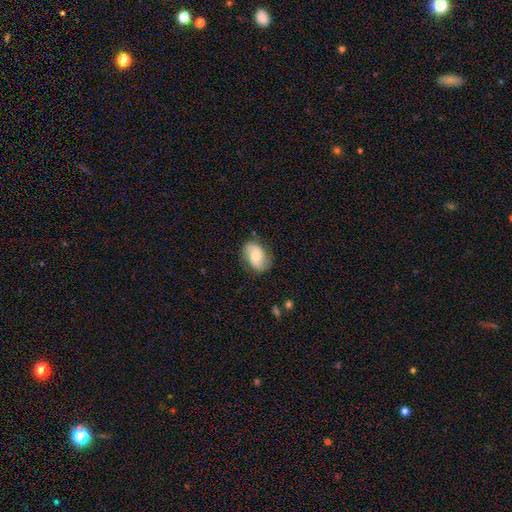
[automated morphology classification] smooth-or-featured: featured or disk: 62% | smooth: 32% | star or artifact: 7%
  disk-edge-on: no: 97% | yes: 3%
    bar: no: 64% | weak: 30% | strong: 6%
    has-spiral-arms: yes: 91% | no: 9%
      spiral-winding: loose: 42% | medium: 40% | tight: 18%
      spiral-arm-count: 2: 89% | can't tell: 5% | 1: 3% | 3: 1% | 4: 1% | more than 4: 1%
    bulge-size: moderate: 59% | small: 31% | large: 6% | none: 3% | dominant: 1%
  merging: none: 79% | minor disturbance: 16% | major disturbance: 4% | merger: 1%